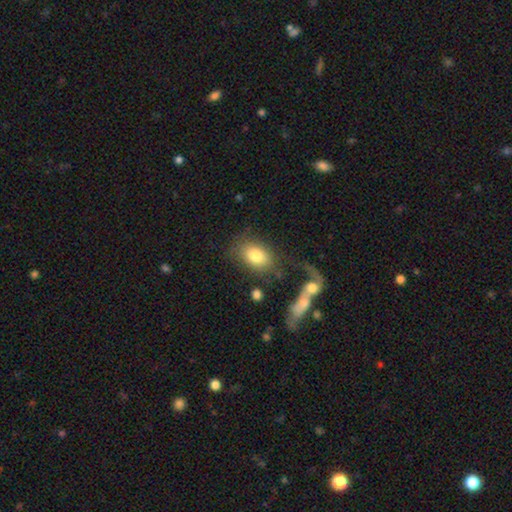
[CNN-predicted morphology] A smooth galaxy with no disk features (79%) that is in between round and cigar-shaped (79%). Merging: none (67%).